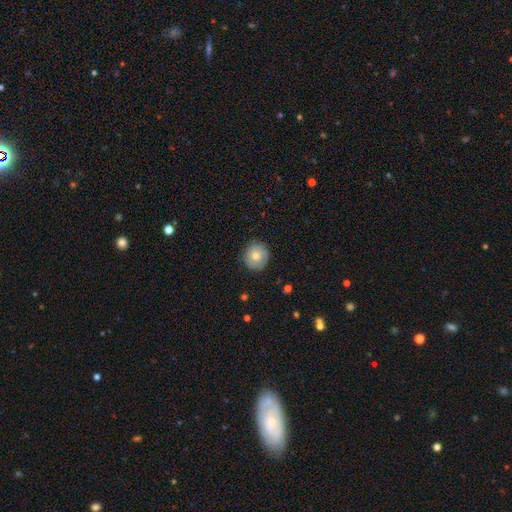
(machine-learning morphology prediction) Smooth or featured? Predicted: smooth (p=0.63). How rounded? Predicted: round (p=0.92). Merging? Predicted: none (p=0.84).